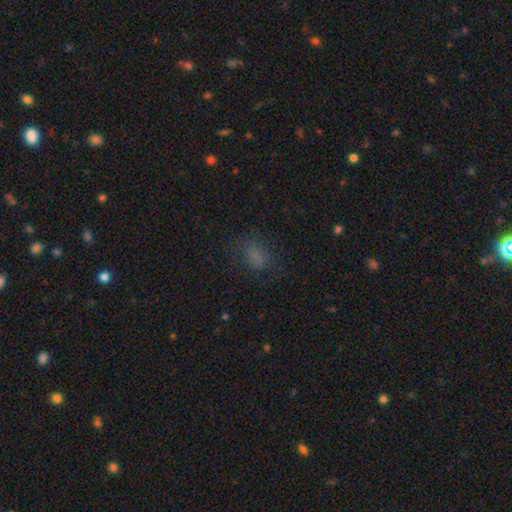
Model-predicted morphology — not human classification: This is likely a smooth galaxy (72%). How rounded: likely in between (80%). Merging: likely none (67%).